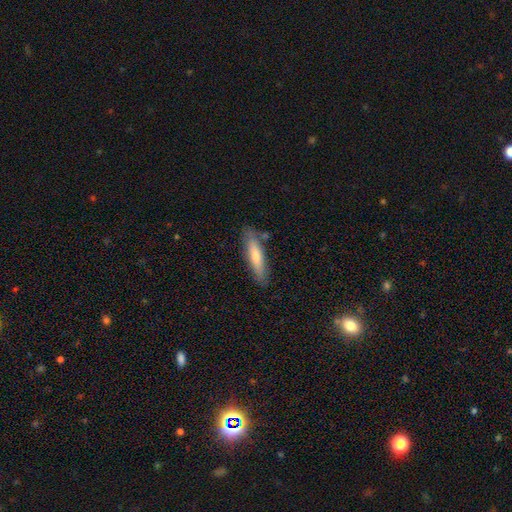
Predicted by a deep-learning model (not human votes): Smooth or featured? smooth (72%)
How rounded? cigar-shaped (79%)
Merging? none (81%)